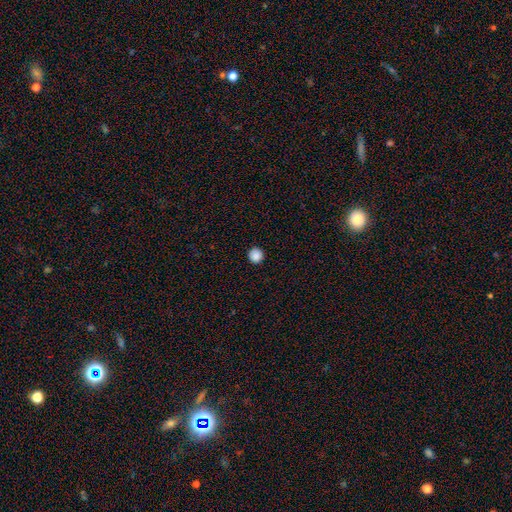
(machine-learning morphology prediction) Q: Smooth or featured?
A: smooth (88%); runner-up: star or artifact (10%)
Q: How rounded?
A: round (95%); runner-up: in between (4%)
Q: Merging?
A: none (93%); runner-up: minor disturbance (4%)